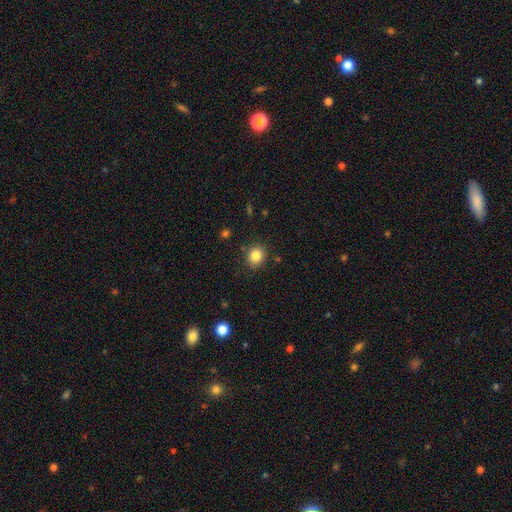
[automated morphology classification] This is clearly a smooth galaxy (84%). How rounded: likely round (75%). Merging: clearly none (86%).